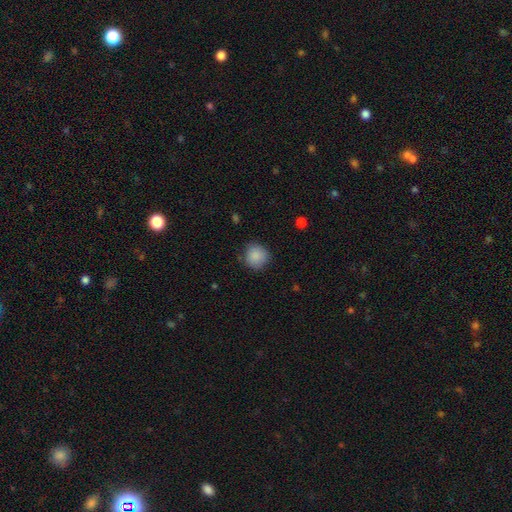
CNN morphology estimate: Smooth or featured? smooth (87%)
How rounded? round (89%)
Merging? none (80%)